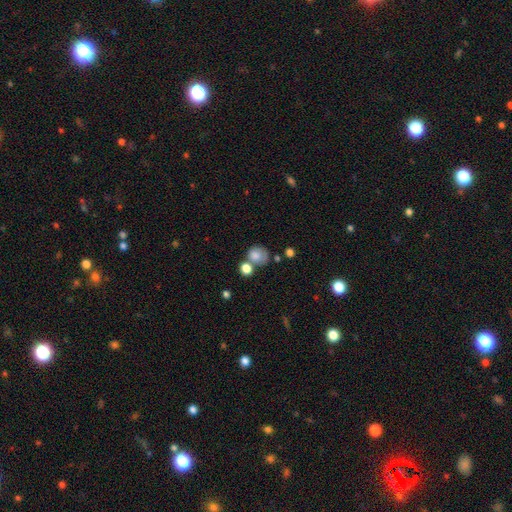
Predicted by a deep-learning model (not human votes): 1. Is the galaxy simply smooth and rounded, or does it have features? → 79% smooth, 11% featured or disk, 10% star or artifact.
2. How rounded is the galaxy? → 68% round, 31% in between, 1% cigar-shaped.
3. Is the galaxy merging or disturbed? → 44% none, 31% merger, 17% minor disturbance, 9% major disturbance.